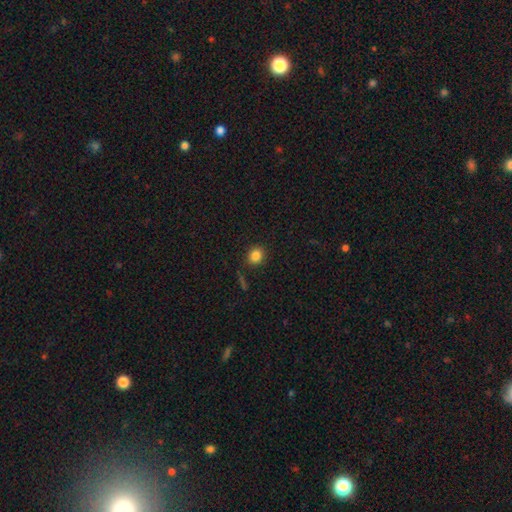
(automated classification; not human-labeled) Smooth or featured?
  - smooth: 84% *
  - star or artifact: 11%
  - featured or disk: 5%
How rounded?
  - round: 77% *
  - in between: 22%
  - cigar-shaped: 1%
Merging?
  - none: 86% *
  - minor disturbance: 9%
  - major disturbance: 3%
  - merger: 2%